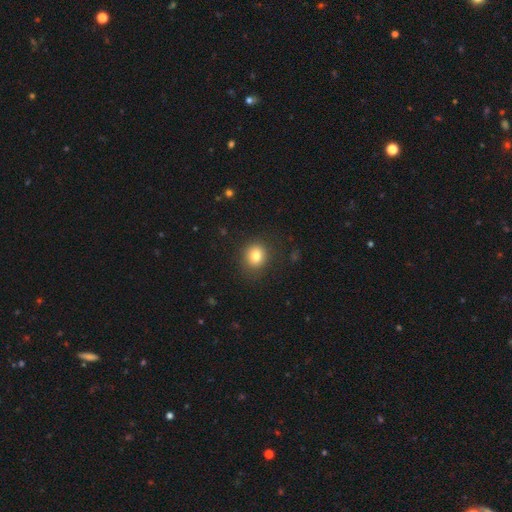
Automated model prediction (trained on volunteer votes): smooth-or-featured: smooth: 80% | star or artifact: 11% | featured or disk: 8%
  how-rounded: round: 78% | in between: 21% | cigar-shaped: 1%
  merging: none: 85% | minor disturbance: 10% | major disturbance: 4% | merger: 1%